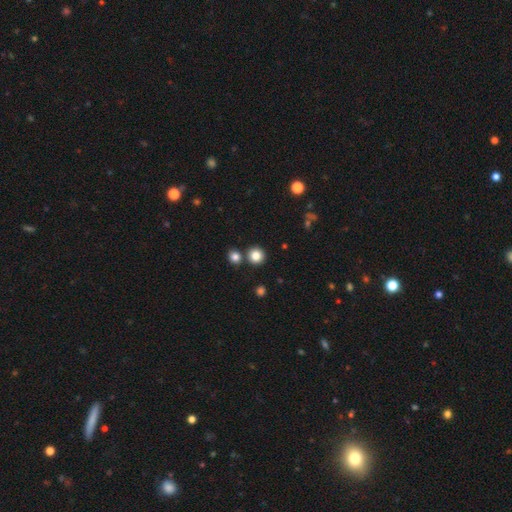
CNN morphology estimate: The model was most divided on "merging": none: 81%, merger: 10%, minor disturbance: 6%, major disturbance: 2%. More confident: how rounded — round (92%); smooth or featured — smooth (84%).